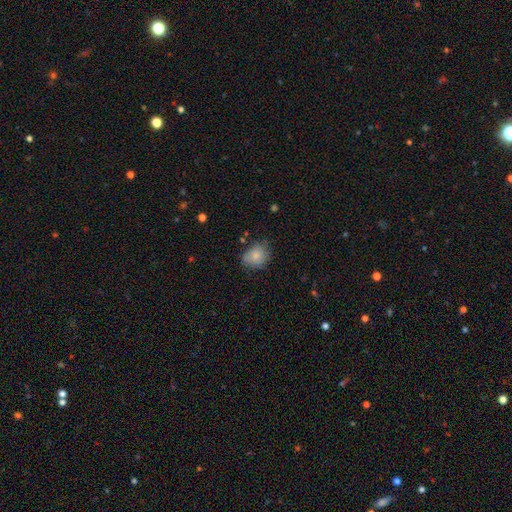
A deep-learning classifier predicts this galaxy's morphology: The model was most divided on "how rounded": round: 52%, in between: 47%, cigar-shaped: 1%. More confident: smooth or featured — smooth (79%); merging — none (60%).